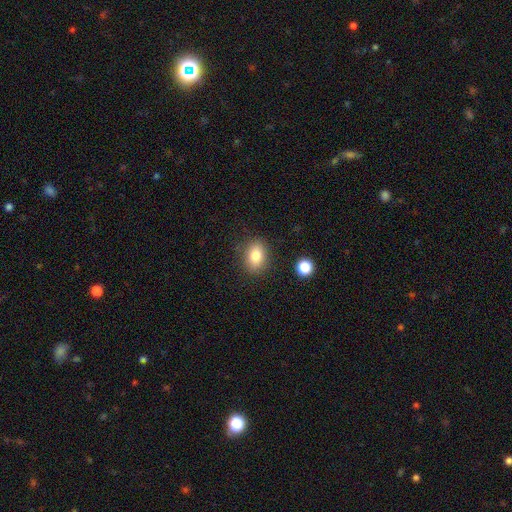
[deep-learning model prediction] Morphology: type=smooth (82%); roundness=in between (70%); merging=none (84%).